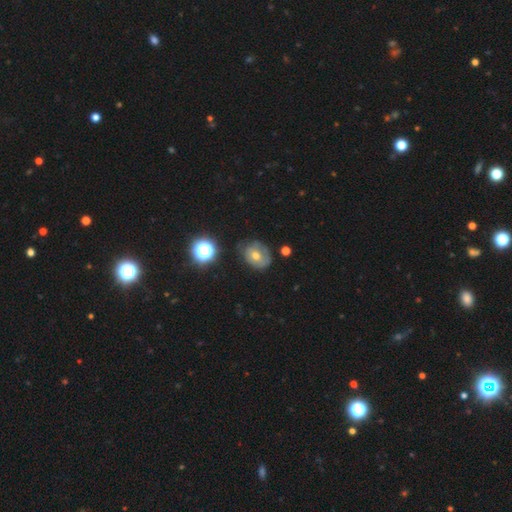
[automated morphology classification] Overall: smooth (53%; featured or disk 34%). How rounded: round (52%; in between 47%). Merging: none (60%; minor disturbance 28%).